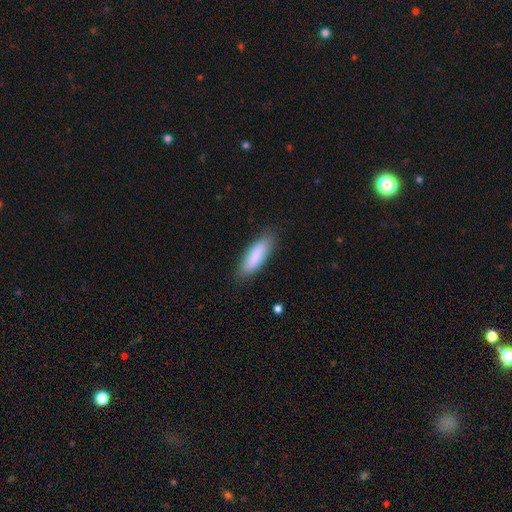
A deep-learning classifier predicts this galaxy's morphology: A smooth galaxy with no disk features (84%) that is cigar-shaped (51%).

Vote fractions:
- Smooth or featured? smooth: 84% / featured or disk: 10% / star or artifact: 6%
- How rounded? cigar-shaped: 51% / in between: 48% / round: 2%
- Merging? none: 84% / minor disturbance: 12% / major disturbance: 3% / merger: 1%